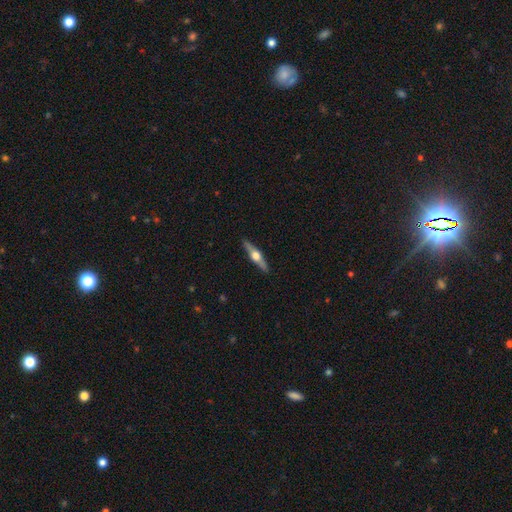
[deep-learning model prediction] A featured or disk galaxy (70%) viewed edge-on (97%) with a rounded central bulge (95%).

Vote fractions:
- Smooth or featured? featured or disk: 70% / smooth: 24% / star or artifact: 5%
- Edge-on disk? yes: 97% / no: 3%
- Edge-on bulge? rounded: 95% / boxy: 3% / none: 2%
- Merging? none: 91% / minor disturbance: 7% / major disturbance: 1% / merger: 1%